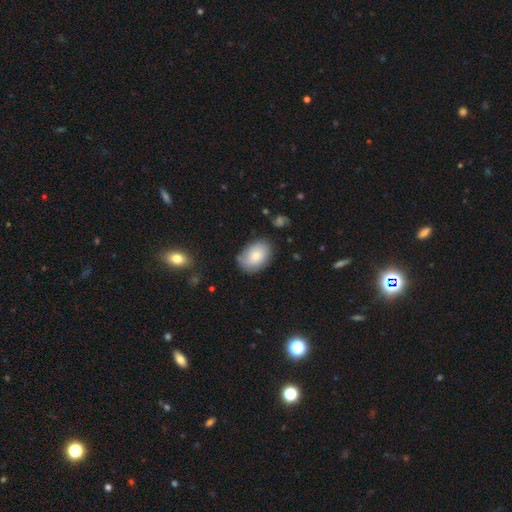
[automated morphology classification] type=smooth (76%); roundness=in between (84%); merging=none (73%).